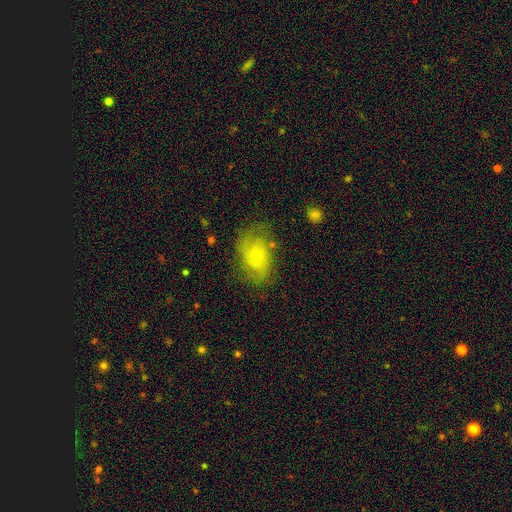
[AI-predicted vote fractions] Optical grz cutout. It shows a featured or disk galaxy (52%). Merging: none (65%).